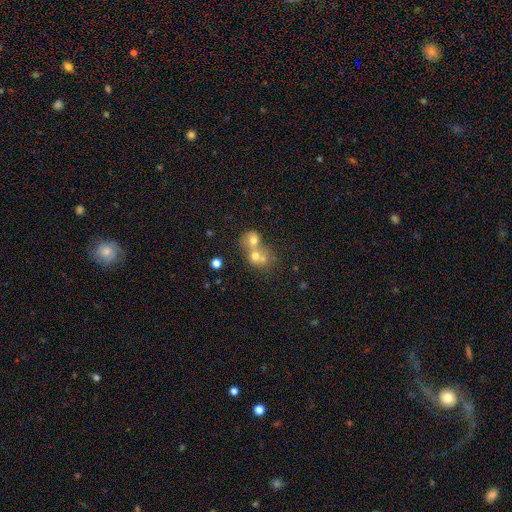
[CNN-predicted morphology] Smooth or featured?
  - smooth: 58% *
  - featured or disk: 27%
  - star or artifact: 16%
How rounded?
  - round: 68% *
  - in between: 31%
  - cigar-shaped: 1%
Merging?
  - merger: 71% *
  - none: 21%
  - minor disturbance: 5%
  - major disturbance: 4%